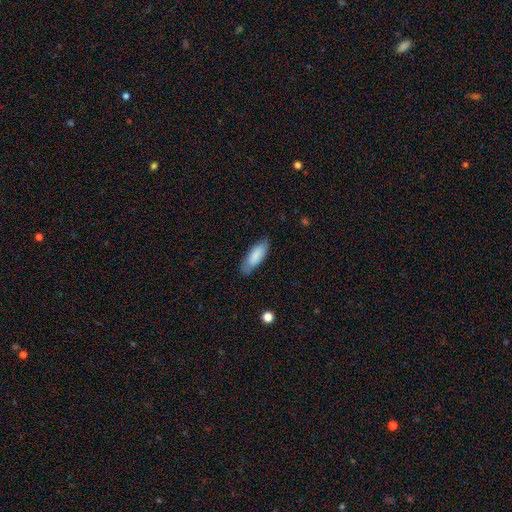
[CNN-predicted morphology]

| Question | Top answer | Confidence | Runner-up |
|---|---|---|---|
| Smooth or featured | smooth | 85% | featured or disk (10%) |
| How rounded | in between | 65% | cigar-shaped (33%) |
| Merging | none | 79% | minor disturbance (16%) |